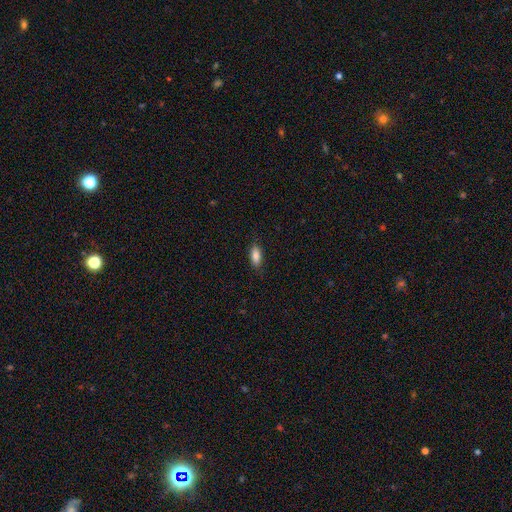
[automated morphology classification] Smooth or featured? Predicted: smooth (p=0.85). How rounded? Predicted: in between (p=0.82). Merging? Predicted: none (p=0.84).